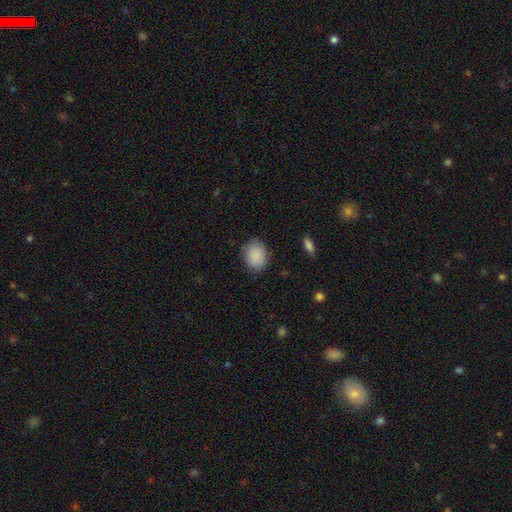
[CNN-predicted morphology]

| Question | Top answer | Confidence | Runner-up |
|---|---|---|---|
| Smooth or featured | smooth | 89% | star or artifact (7%) |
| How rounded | in between | 52% | round (47%) |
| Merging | none | 81% | minor disturbance (14%) |